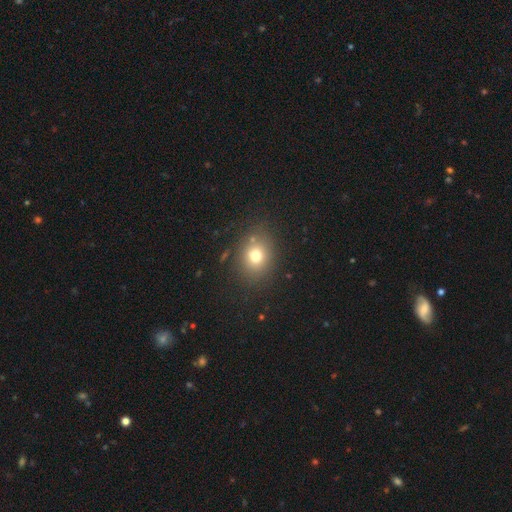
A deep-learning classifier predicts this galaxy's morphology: The model was most divided on "how rounded": round: 59%, in between: 40%, cigar-shaped: 1%. More confident: merging — none (80%); smooth or featured — smooth (74%).